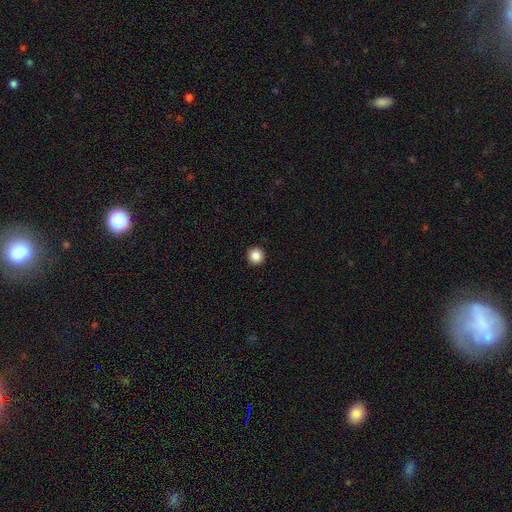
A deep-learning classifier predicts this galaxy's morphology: This appears to be a smooth galaxy with no disk features (86%) that is round (95%). Merging: none (94%).